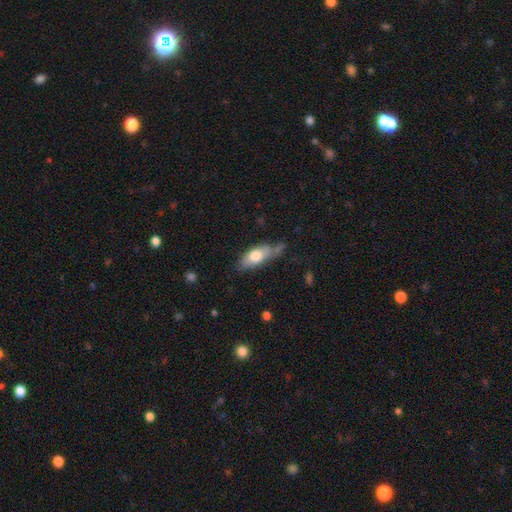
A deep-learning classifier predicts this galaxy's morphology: smooth_or_featured: smooth (p=0.68) [alt: featured or disk p=0.26]
how_rounded: in between (p=0.78) [alt: cigar-shaped p=0.19]
merging: none (p=0.48) [alt: minor disturbance p=0.32]